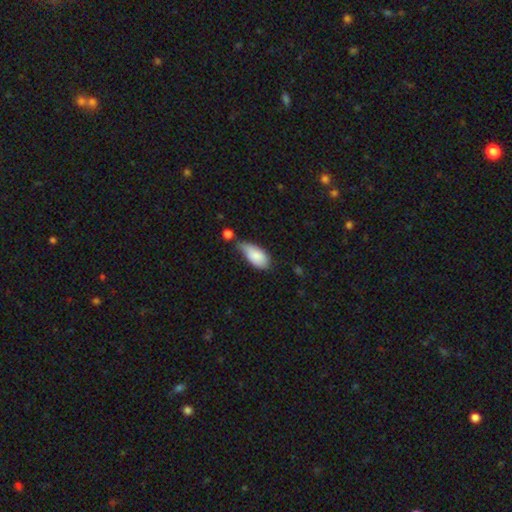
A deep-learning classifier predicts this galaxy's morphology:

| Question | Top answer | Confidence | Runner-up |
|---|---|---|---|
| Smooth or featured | smooth | 83% | featured or disk (11%) |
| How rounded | in between | 93% | cigar-shaped (4%) |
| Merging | minor disturbance | 44% | none (30%) |